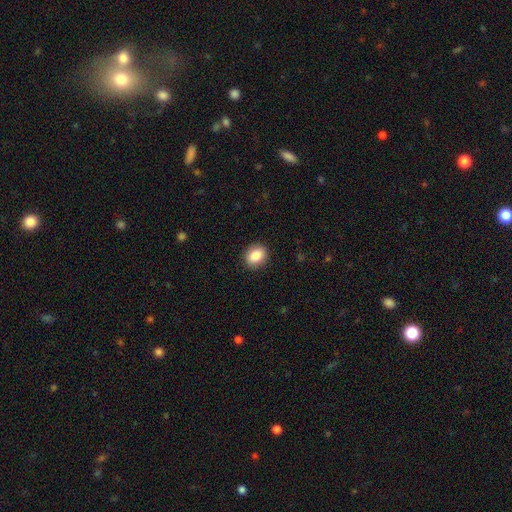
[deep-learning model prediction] smooth_or_featured: smooth (p=0.86) [alt: star or artifact p=0.08]
how_rounded: round (p=0.51) [alt: in between p=0.48]
merging: none (p=0.90) [alt: minor disturbance p=0.07]